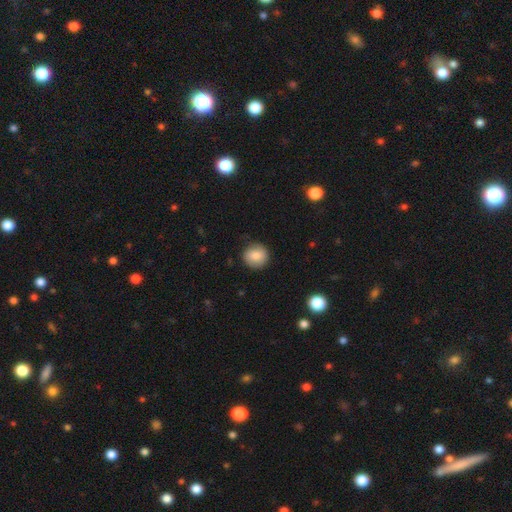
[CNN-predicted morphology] This appears to be a smooth galaxy with no disk features (82%) that is round (91%). Merging: none (85%).